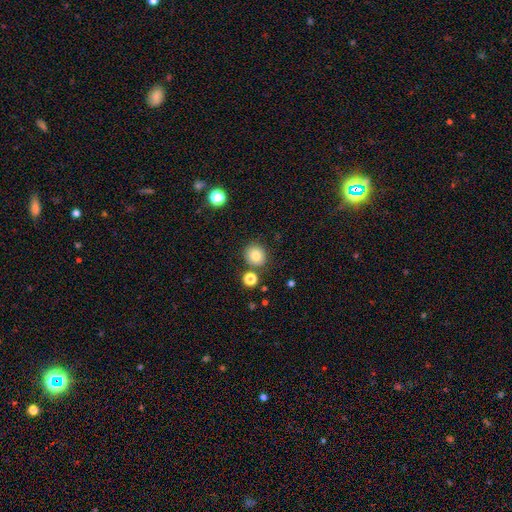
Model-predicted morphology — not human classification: type=smooth (81%); roundness=round (83%); merging=none (80%).